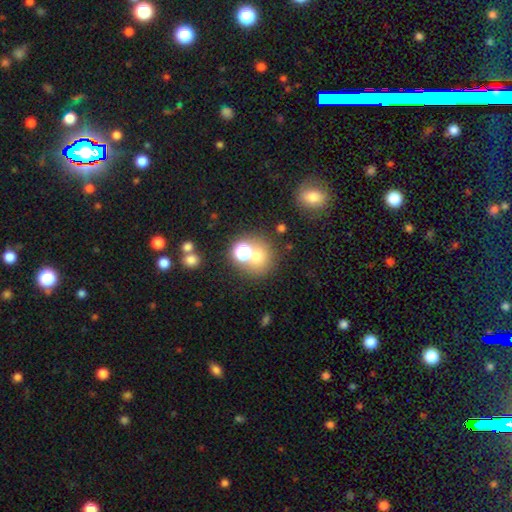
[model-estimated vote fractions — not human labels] Smooth or featured? Predicted: smooth (p=0.64). How rounded? Predicted: round (p=0.82). Merging? Predicted: none (p=0.57).